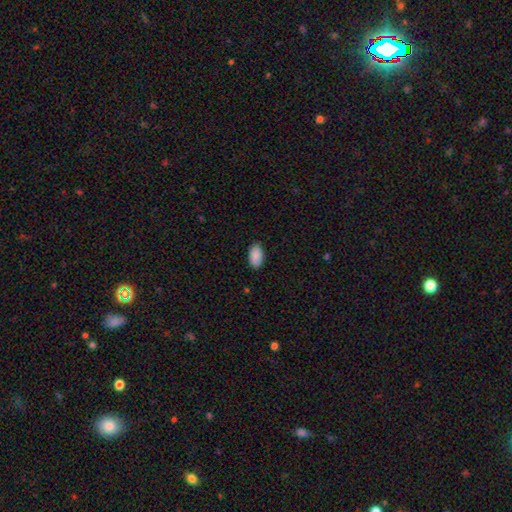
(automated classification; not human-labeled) Smooth or featured? Predicted: smooth (p=0.90). How rounded? Predicted: in between (p=0.95). Merging? Predicted: none (p=0.88).